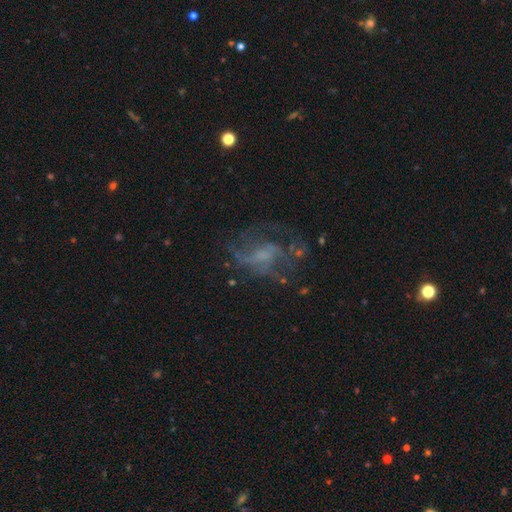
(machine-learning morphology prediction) This is possibly a featured or disk galaxy (58%). It is clearly not viewed edge-on (95%). Bar: possibly no (60%). Spiral arm pattern: possibly yes (58%). Central bulge: possibly small (46%). Merging: possibly none (56%).